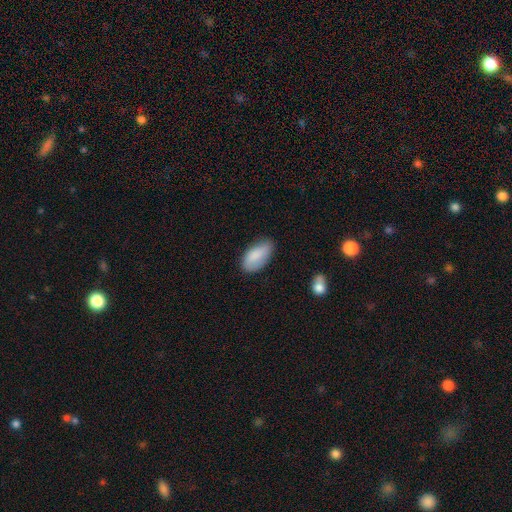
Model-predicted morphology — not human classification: Smooth or featured? Predicted: smooth (p=0.81). How rounded? Predicted: in between (p=0.94). Merging? Predicted: none (p=0.68).